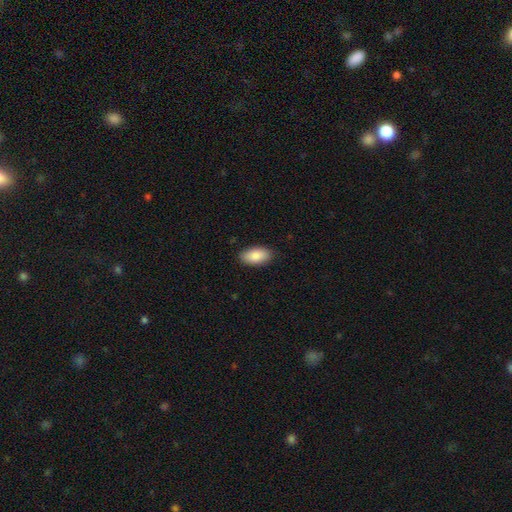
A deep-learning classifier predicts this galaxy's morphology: Overall: smooth (88%). How rounded: in between (94%). Merging: none (87%).